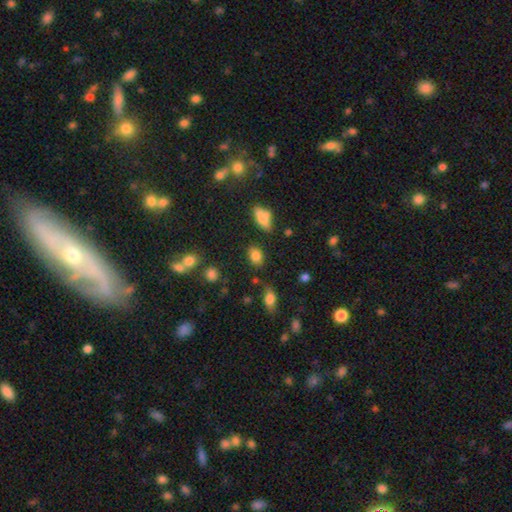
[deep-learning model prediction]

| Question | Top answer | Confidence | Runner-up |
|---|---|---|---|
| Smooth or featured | smooth | 81% | star or artifact (12%) |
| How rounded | in between | 76% | round (22%) |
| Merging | none | 75% | minor disturbance (17%) |